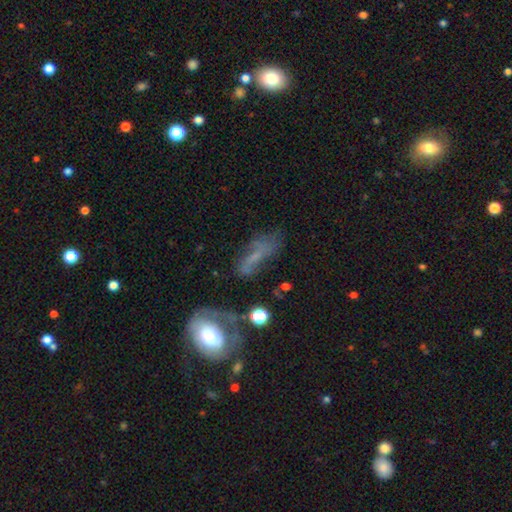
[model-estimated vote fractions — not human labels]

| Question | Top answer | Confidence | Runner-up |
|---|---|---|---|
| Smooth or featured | smooth | 44% | featured or disk (39%) |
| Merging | none | 44% | major disturbance (24%) |